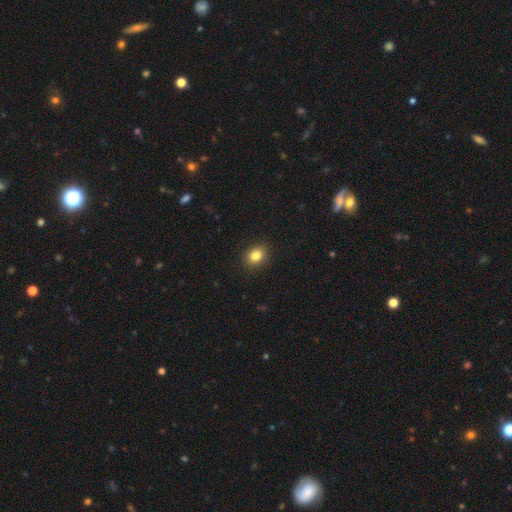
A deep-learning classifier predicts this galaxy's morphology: smooth_or_featured: smooth (p=0.84) [alt: star or artifact p=0.10]
how_rounded: in between (p=0.52) [alt: round p=0.47]
merging: none (p=0.89) [alt: minor disturbance p=0.08]